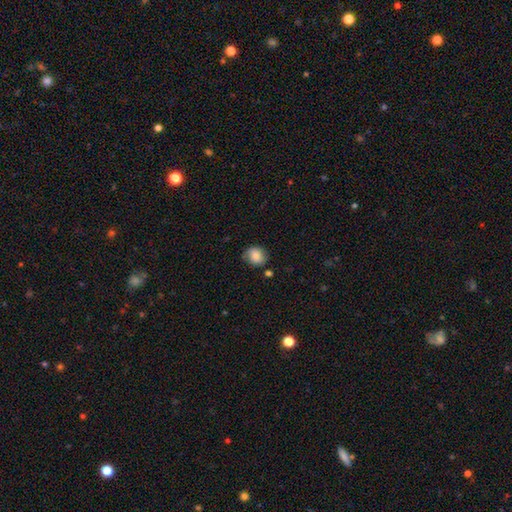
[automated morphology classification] Smooth or featured: smooth — 76% (featured or disk — 16%)
How rounded: round — 67% (in between — 32%)
Merging: none — 67% (minor disturbance — 24%)